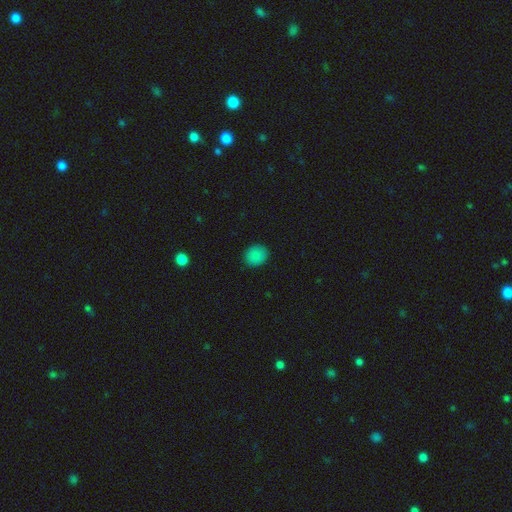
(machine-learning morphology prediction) Q: Smooth or featured?
A: smooth (85%); runner-up: star or artifact (12%)
Q: How rounded?
A: round (70%); runner-up: in between (29%)
Q: Merging?
A: none (88%); runner-up: minor disturbance (9%)